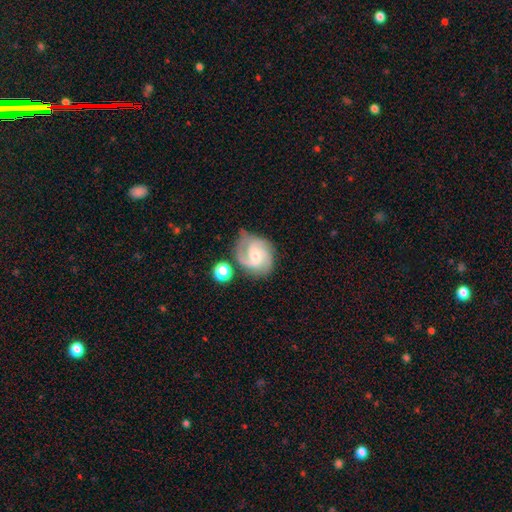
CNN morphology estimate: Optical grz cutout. It shows a featured or disk galaxy (82%) with a weak bar (47%), 2 (41%) medium (50%) spiral arms (97%) and a small central bulge (50%). Merging: none (62%).